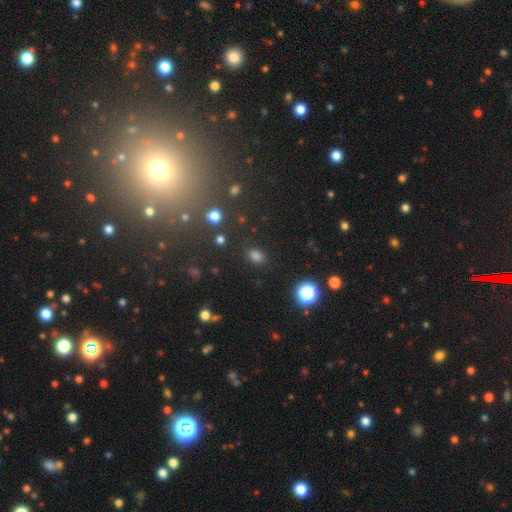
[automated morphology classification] Smooth or featured? Predicted: smooth (p=0.74). How rounded? Predicted: in between (p=0.71). Merging? Predicted: none (p=0.82).